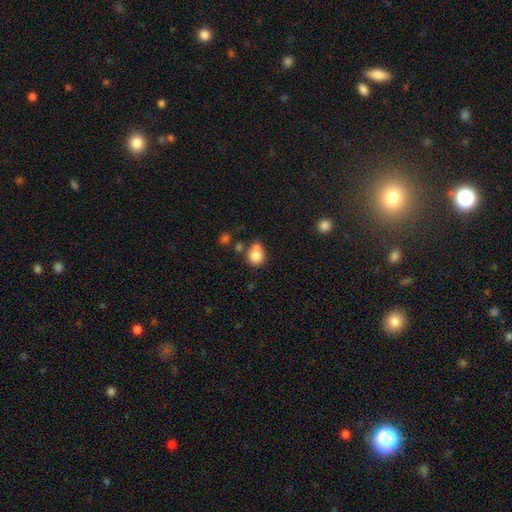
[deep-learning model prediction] This appears to be a smooth galaxy with no disk features (80%) that is round (72%). Merging: none (43%).